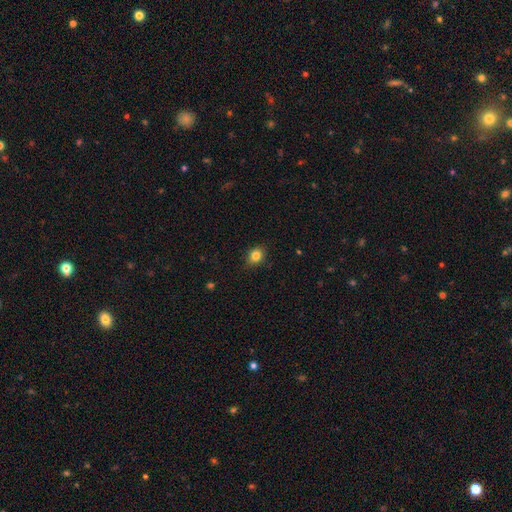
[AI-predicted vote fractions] Smooth or featured: smooth — 82% (star or artifact — 11%)
How rounded: round — 53% (in between — 45%)
Merging: none — 84% (minor disturbance — 13%)